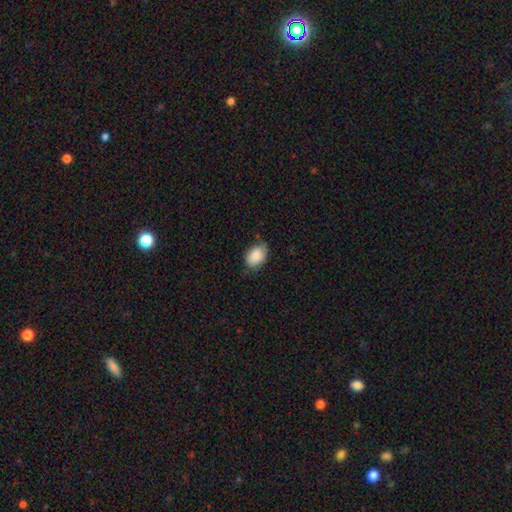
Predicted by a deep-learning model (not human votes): A smooth galaxy with no disk features (83%) that is in between round and cigar-shaped (78%). Merging: none (64%).